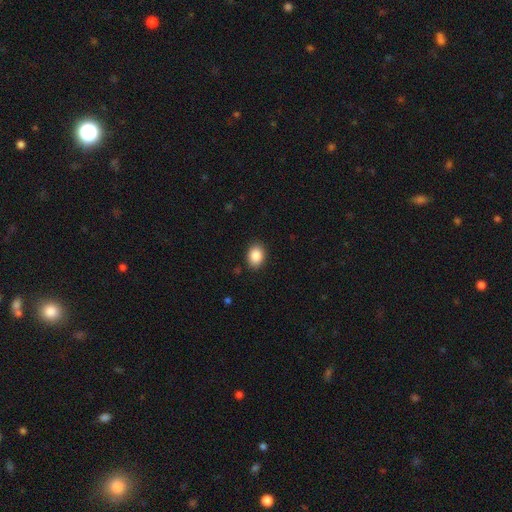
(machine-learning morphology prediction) This appears to be a smooth galaxy with no disk features (88%) that is in between round and cigar-shaped (70%). Merging: none (88%).